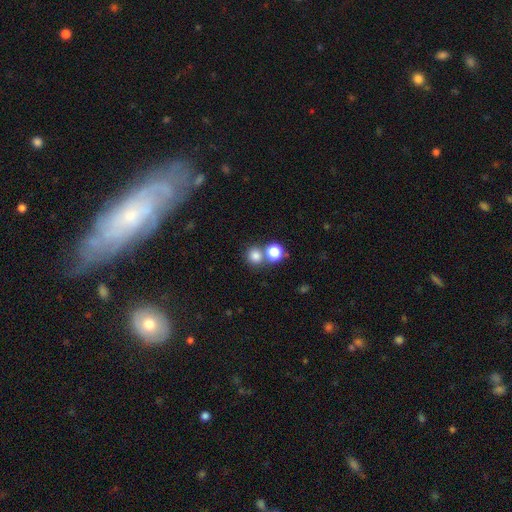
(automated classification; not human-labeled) The model was most divided on "merging": none: 64%, merger: 26%, minor disturbance: 7%, major disturbance: 3%. More confident: how rounded — round (88%); smooth or featured — smooth (79%).